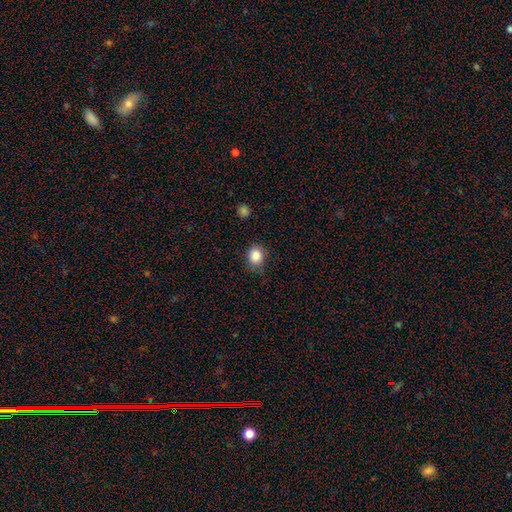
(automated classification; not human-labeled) Smooth or featured? Predicted: smooth (p=0.85). How rounded? Predicted: round (p=0.67). Merging? Predicted: none (p=0.74).